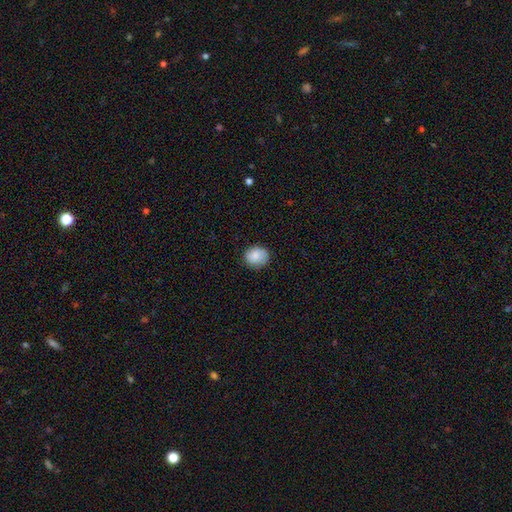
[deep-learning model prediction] smooth-or-featured: smooth: 85% | star or artifact: 8% | featured or disk: 8%
  how-rounded: round: 69% | in between: 30% | cigar-shaped: 1%
  merging: none: 82% | minor disturbance: 14% | major disturbance: 3% | merger: 1%